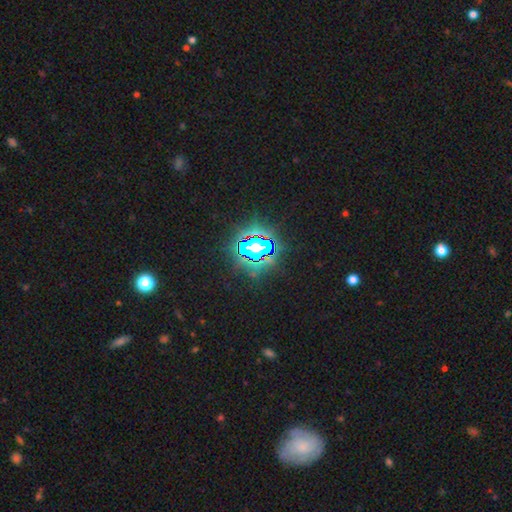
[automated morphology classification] Smooth or featured? Predicted: star or artifact (p=0.82).